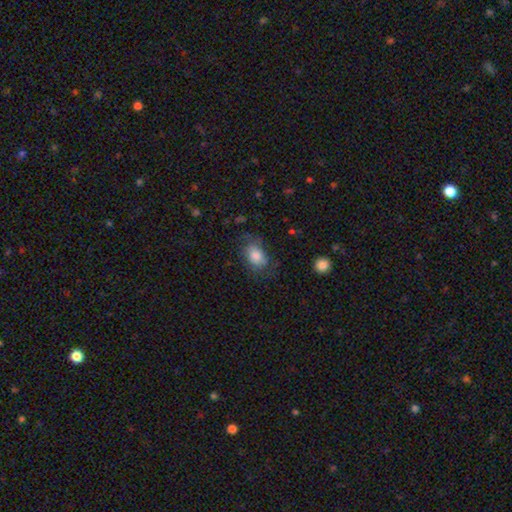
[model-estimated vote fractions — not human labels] A smooth galaxy with no disk features (77%) that is in between round and cigar-shaped (80%).

Vote fractions:
- Smooth or featured? smooth: 77% / featured or disk: 15% / star or artifact: 8%
- How rounded? in between: 80% / round: 19% / cigar-shaped: 1%
- Merging? none: 59% / minor disturbance: 25% / major disturbance: 15% / merger: 2%